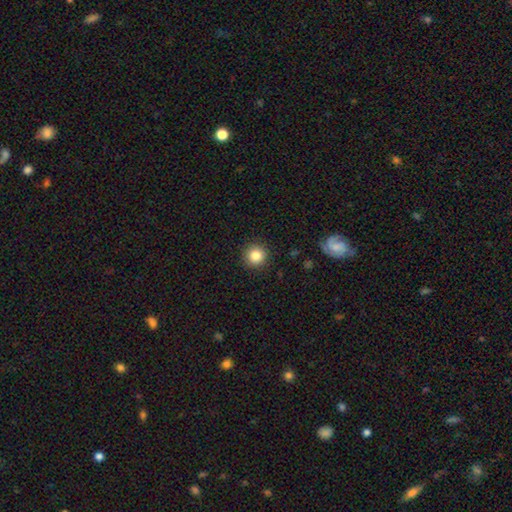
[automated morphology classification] Smooth or featured? Predicted: smooth (p=0.85). How rounded? Predicted: round (p=0.94). Merging? Predicted: none (p=0.91).